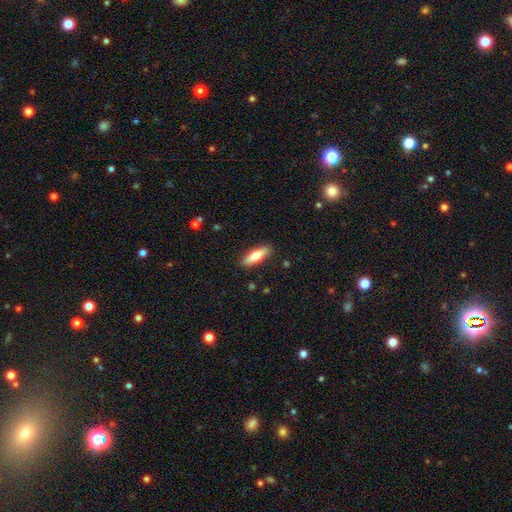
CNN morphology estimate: A smooth galaxy with no disk features (66%) that is cigar-shaped (51%). Merging: none (89%).